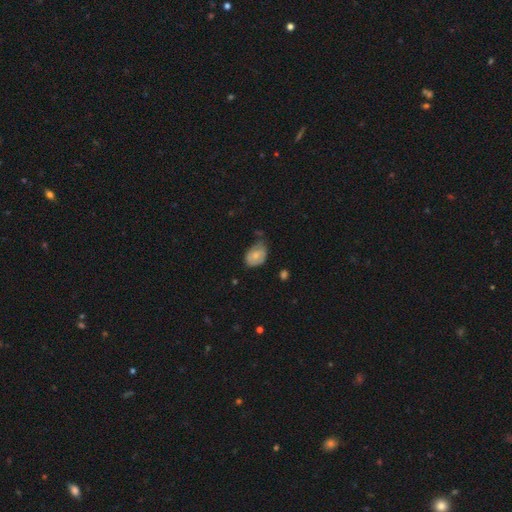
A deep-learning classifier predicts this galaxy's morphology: Smooth or featured: smooth — 67% (featured or disk — 25%)
How rounded: in between — 75% (round — 24%)
Merging: none — 45% (minor disturbance — 42%)